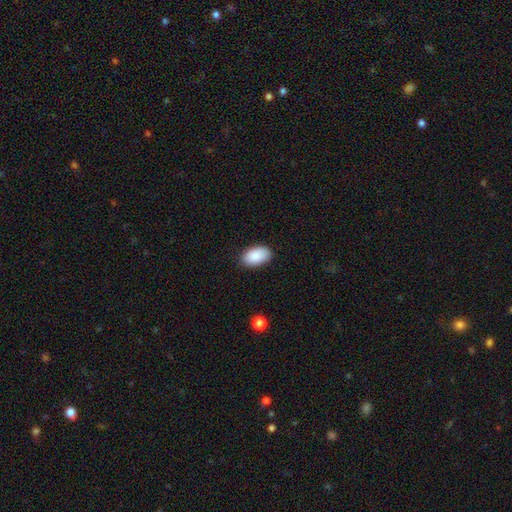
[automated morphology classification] The model was most divided on "merging": none: 86%, minor disturbance: 11%, major disturbance: 2%, merger: 1%. More confident: how rounded — in between (94%); smooth or featured — smooth (89%).